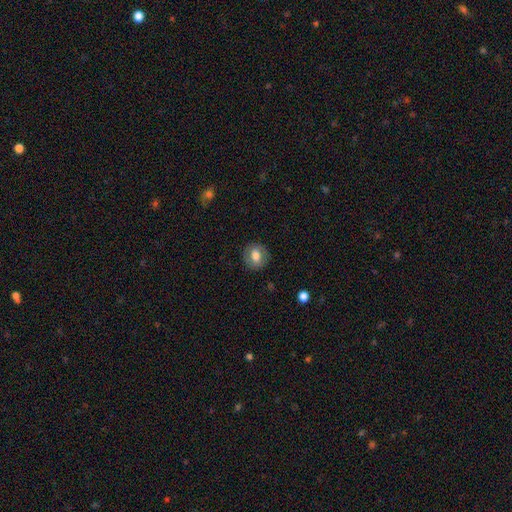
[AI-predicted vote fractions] smooth_or_featured: smooth (p=0.71) [alt: featured or disk p=0.21]
how_rounded: round (p=0.70) [alt: in between p=0.29]
merging: none (p=0.85) [alt: minor disturbance p=0.11]